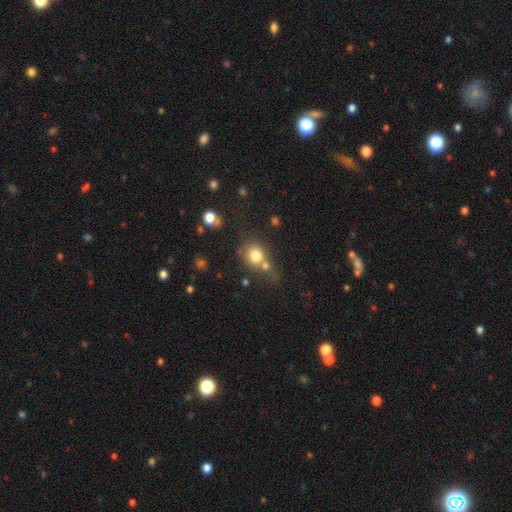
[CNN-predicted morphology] This is likely a smooth galaxy (77%). How rounded: likely round (78%). Merging: marginally none (44%).